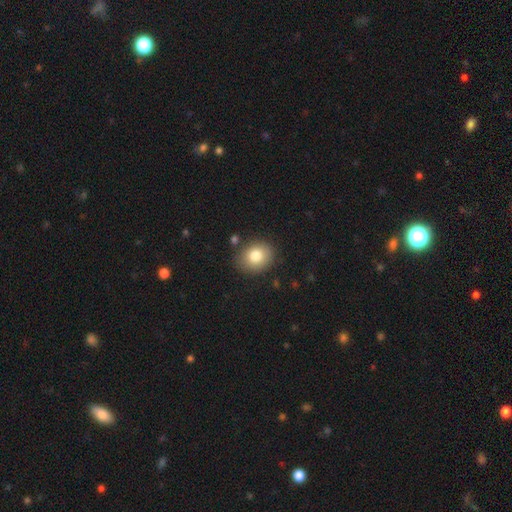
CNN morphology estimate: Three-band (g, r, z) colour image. It shows a smooth galaxy with no disk features (81%) that is round (58%). Merging: none (83%).